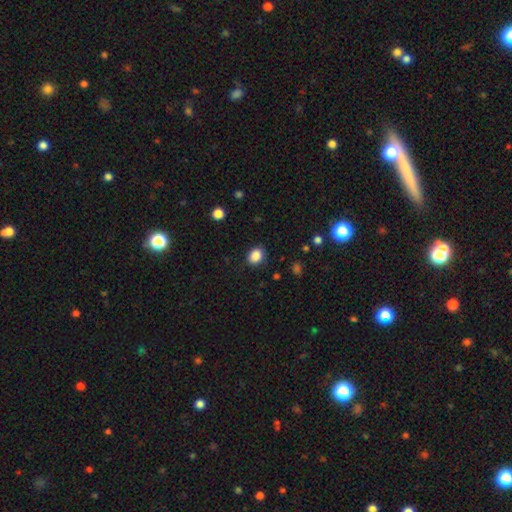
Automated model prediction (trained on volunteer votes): A smooth galaxy with no disk features (87%) that is round (52%). Merging: none (86%).